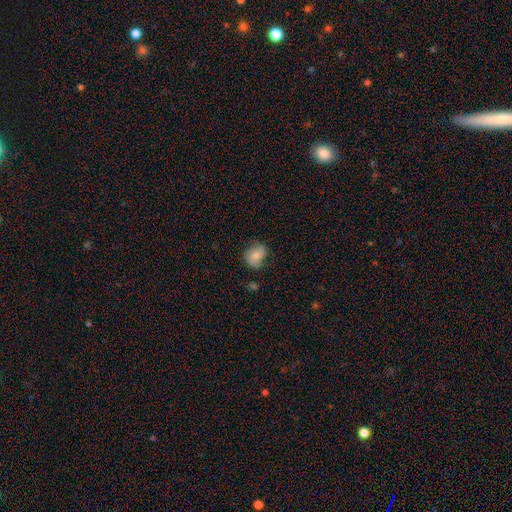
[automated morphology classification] Smooth or featured?
  - smooth: 73% *
  - featured or disk: 19%
  - star or artifact: 8%
How rounded?
  - round: 50% *
  - in between: 49%
  - cigar-shaped: 1%
Merging?
  - none: 66% *
  - minor disturbance: 26%
  - major disturbance: 6%
  - merger: 2%